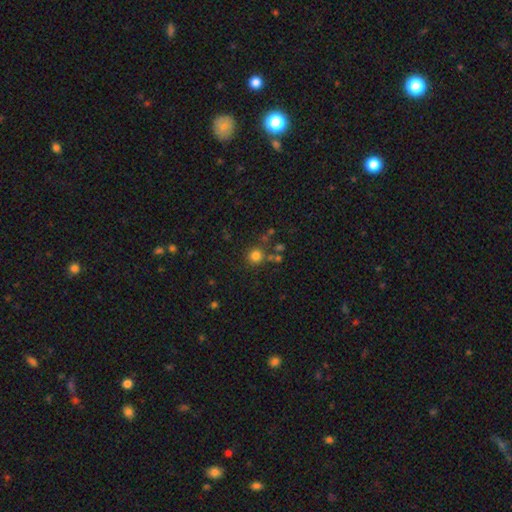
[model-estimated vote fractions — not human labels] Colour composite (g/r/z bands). It shows a smooth galaxy with no disk features (79%) that is round (92%). Merging: none (75%).